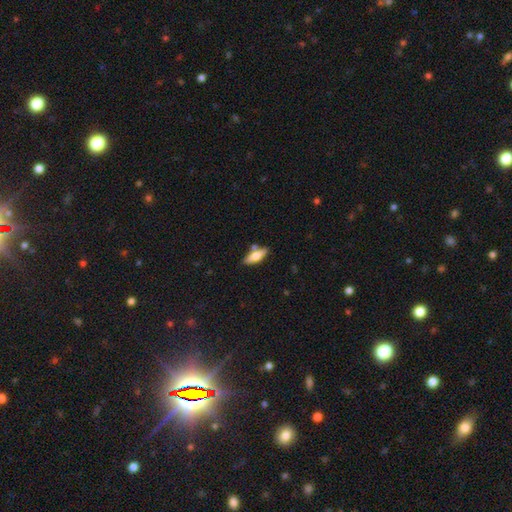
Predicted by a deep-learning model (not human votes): smooth-or-featured: smooth: 59% | featured or disk: 35% | star or artifact: 6%
  how-rounded: in between: 54% | cigar-shaped: 44% | round: 3%
  merging: none: 72% | minor disturbance: 14% | merger: 11% | major disturbance: 3%